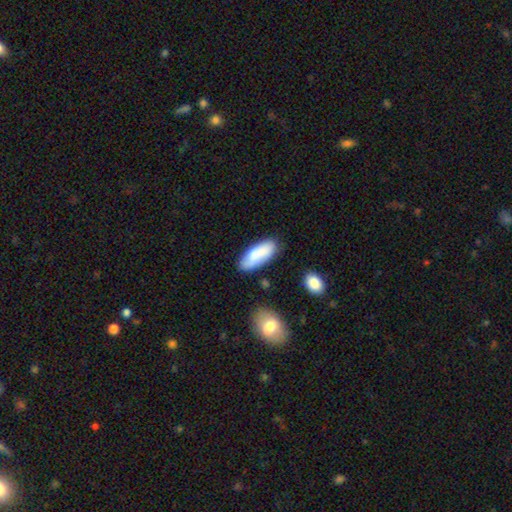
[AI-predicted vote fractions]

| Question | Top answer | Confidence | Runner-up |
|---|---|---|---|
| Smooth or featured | smooth | 75% | featured or disk (18%) |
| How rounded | in between | 72% | cigar-shaped (26%) |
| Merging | none | 74% | minor disturbance (16%) |